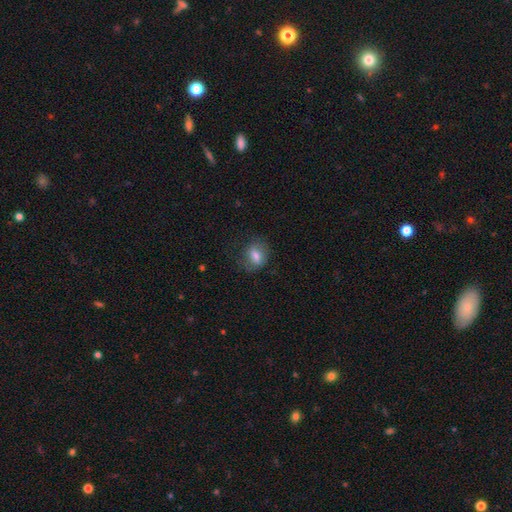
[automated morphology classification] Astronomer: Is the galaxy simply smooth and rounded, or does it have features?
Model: smooth — 75%.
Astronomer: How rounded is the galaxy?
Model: in between — 59% (runner-up: round, 39%).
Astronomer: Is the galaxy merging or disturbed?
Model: none — 68%.